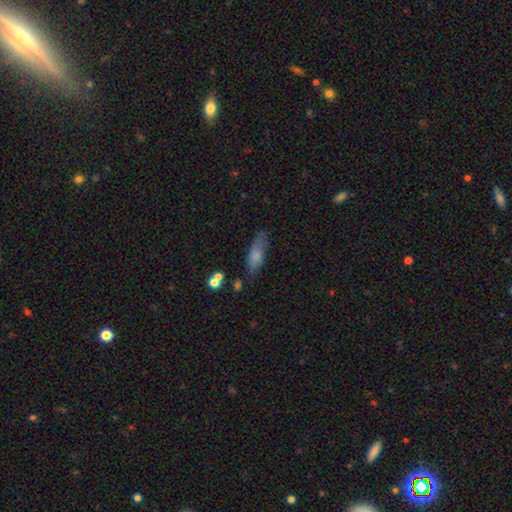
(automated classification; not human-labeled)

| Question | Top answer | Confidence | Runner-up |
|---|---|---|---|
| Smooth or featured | smooth | 73% | featured or disk (17%) |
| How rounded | in between | 55% | cigar-shaped (42%) |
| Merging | none | 59% | minor disturbance (26%) |